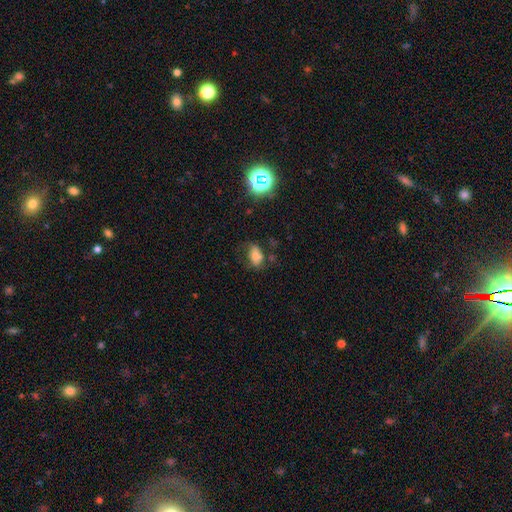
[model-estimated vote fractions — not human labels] Morphology: type=smooth (63%); roundness=in between (86%); merging=none (51%).